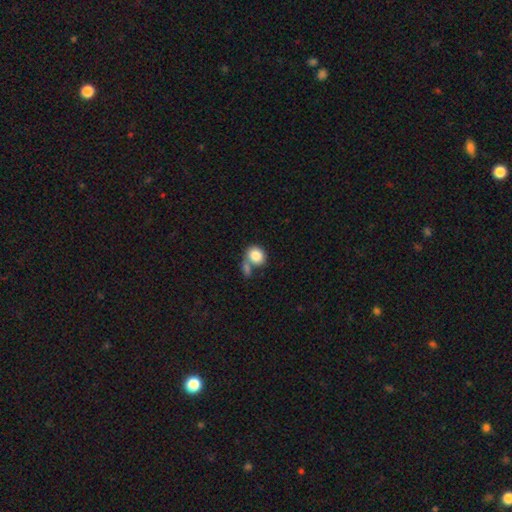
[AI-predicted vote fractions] smooth-or-featured: smooth: 84% | featured or disk: 8% | star or artifact: 8%
  how-rounded: round: 60% | in between: 39% | cigar-shaped: 1%
  merging: none: 41% | merger: 40% | minor disturbance: 13% | major disturbance: 6%